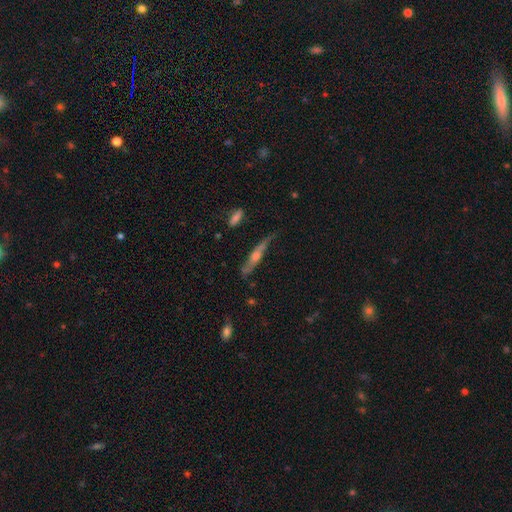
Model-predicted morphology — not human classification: Q: Smooth or featured?
A: featured or disk (65%); runner-up: smooth (27%)
Q: Edge-on disk?
A: yes (85%); runner-up: no (15%)
Q: Edge-on bulge?
A: rounded (80%); runner-up: none (12%)
Q: Merging?
A: none (64%); runner-up: minor disturbance (25%)